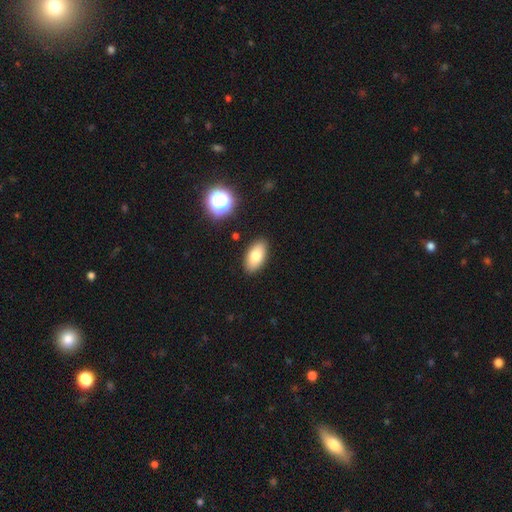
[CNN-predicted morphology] This appears to be a smooth galaxy with no disk features (79%) that is in between round and cigar-shaped (93%). Merging: none (88%).